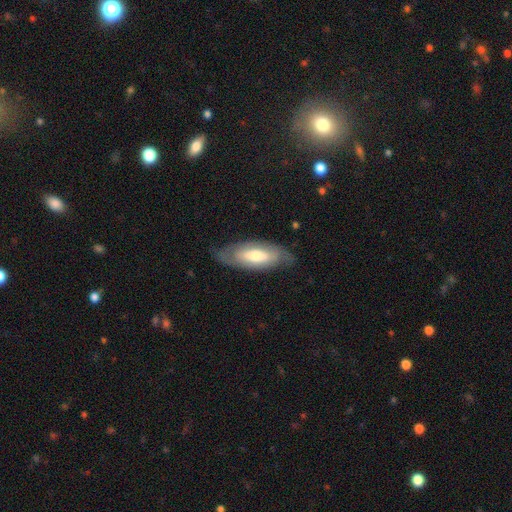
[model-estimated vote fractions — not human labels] Smooth or featured: featured or disk — 52% (smooth — 42%)
Edge-on disk: no — 77% (yes — 23%)
Merging: none — 75% (minor disturbance — 18%)